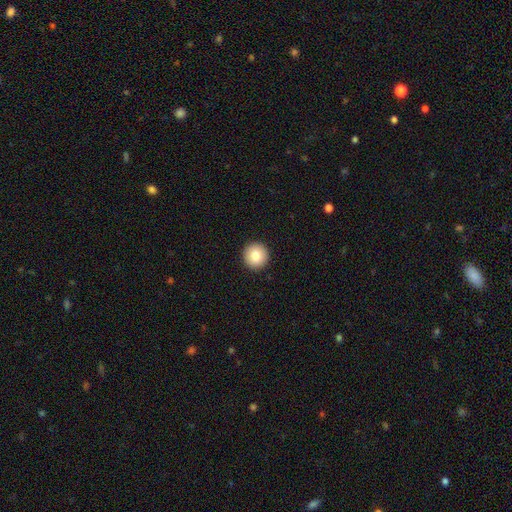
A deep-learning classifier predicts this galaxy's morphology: Overall: smooth (82%). How rounded: round (96%). Merging: none (94%).